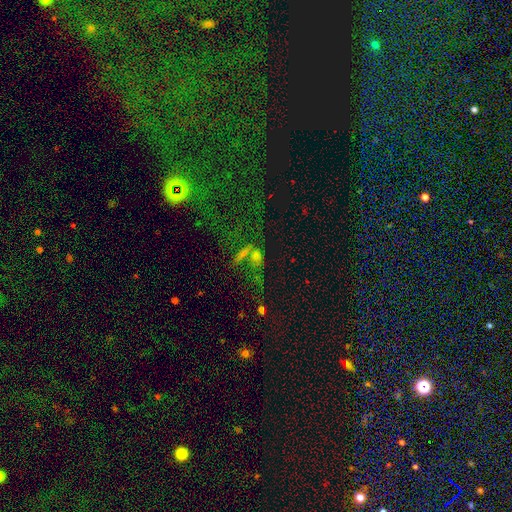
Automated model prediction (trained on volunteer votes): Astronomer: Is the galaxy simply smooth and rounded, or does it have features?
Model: smooth — 39% (runner-up: star or artifact, 36%).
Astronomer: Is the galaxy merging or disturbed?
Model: none — 36% (runner-up: merger, 34%).